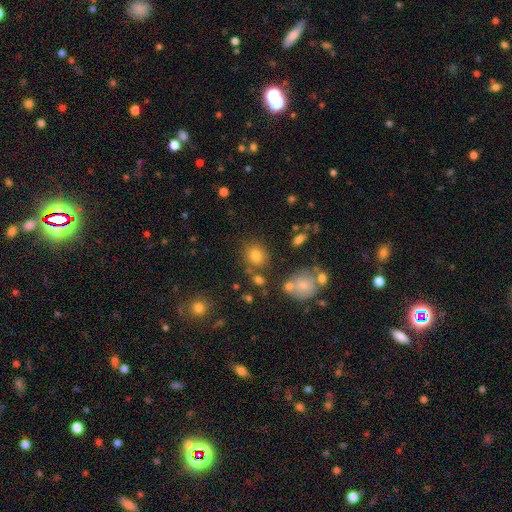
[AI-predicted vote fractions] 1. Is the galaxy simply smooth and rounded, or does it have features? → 76% smooth, 15% star or artifact, 8% featured or disk.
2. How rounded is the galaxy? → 78% round, 21% in between, 1% cigar-shaped.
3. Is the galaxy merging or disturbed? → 77% none, 11% minor disturbance, 8% merger, 4% major disturbance.